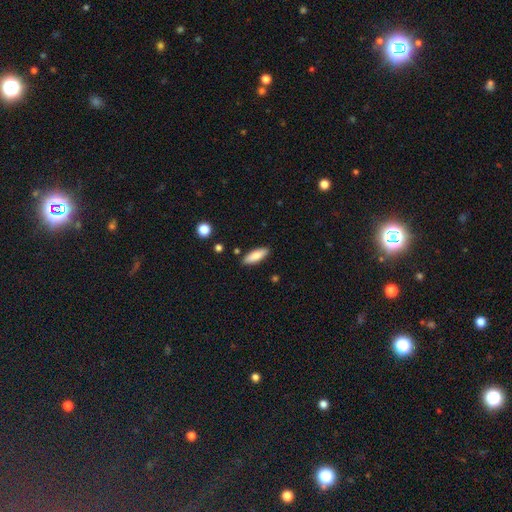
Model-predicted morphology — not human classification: Overall: smooth (82%). How rounded: in between (64%; cigar-shaped 34%). Merging: none (88%).